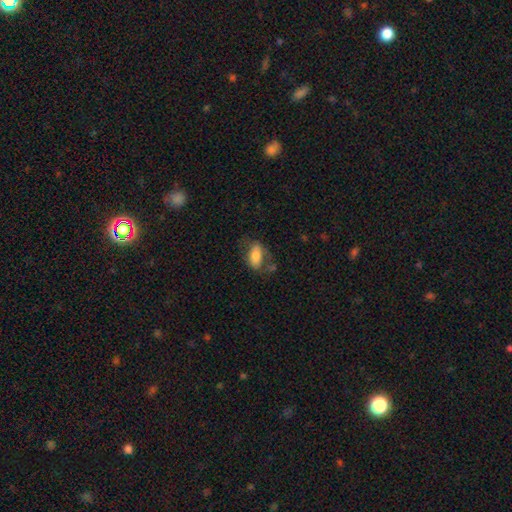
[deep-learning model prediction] A smooth galaxy with no disk features (69%) that is in between round and cigar-shaped (88%).

Vote fractions:
- Smooth or featured? smooth: 69% / featured or disk: 24% / star or artifact: 7%
- How rounded? in between: 88% / cigar-shaped: 6% / round: 5%
- Merging? none: 51% / minor disturbance: 24% / major disturbance: 19% / merger: 7%